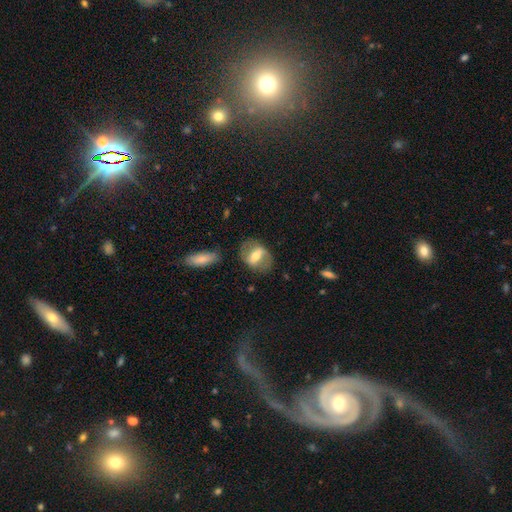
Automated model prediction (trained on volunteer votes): The model was most divided on "spiral arms": yes: 57%, no: 43%. More confident: edge-on disk — no (89%); merging — none (73%); bulge size — moderate (63%); smooth or featured — featured or disk (59%); bar — strong (52%).